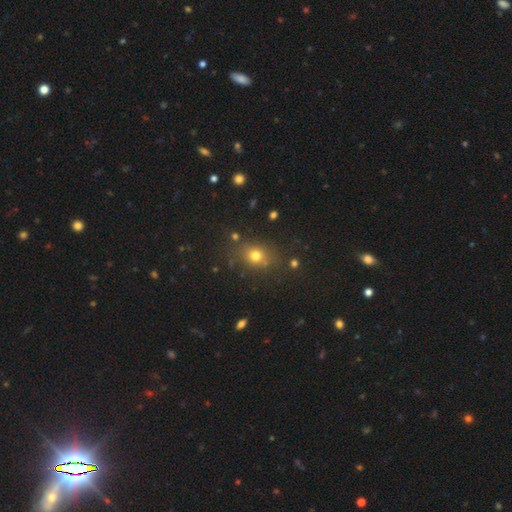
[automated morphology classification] Smooth or featured: smooth — 73% (star or artifact — 18%)
How rounded: round — 60% (in between — 38%)
Merging: none — 78% (minor disturbance — 13%)